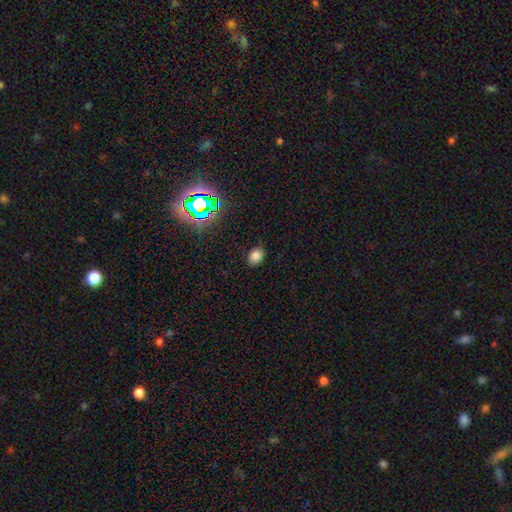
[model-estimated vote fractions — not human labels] Smooth or featured? smooth (77%)
How rounded? in between (71%)
Merging? none (81%)